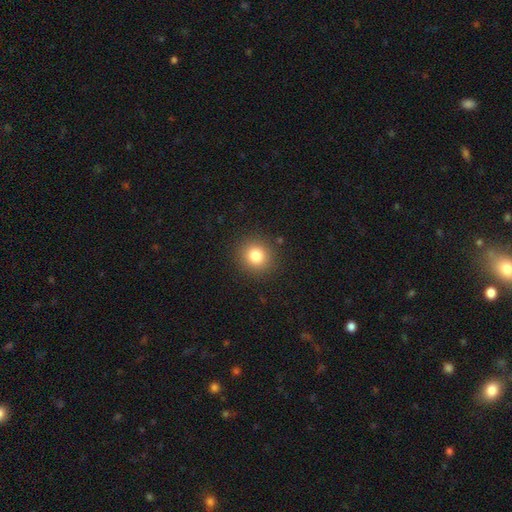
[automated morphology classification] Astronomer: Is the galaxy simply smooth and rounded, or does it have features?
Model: smooth — 82%.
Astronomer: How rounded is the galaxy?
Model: round — 88%.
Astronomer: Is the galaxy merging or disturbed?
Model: none — 90%.